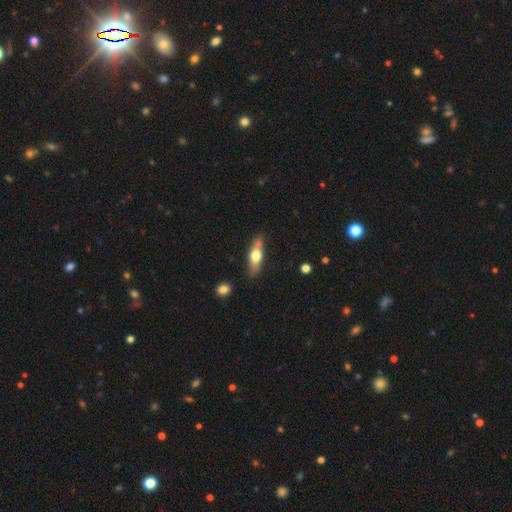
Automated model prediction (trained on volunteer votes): smooth_or_featured: smooth (p=0.64) [alt: featured or disk p=0.30]
how_rounded: in between (p=0.57) [alt: cigar-shaped p=0.39]
merging: none (p=0.67) [alt: minor disturbance p=0.19]